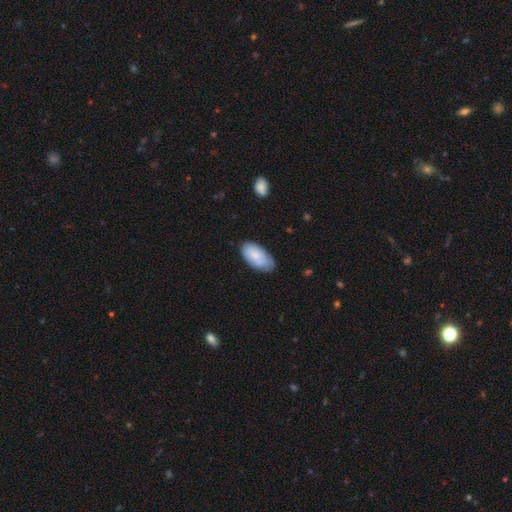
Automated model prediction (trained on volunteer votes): Smooth or featured: smooth — 79% (featured or disk — 15%)
How rounded: in between — 95% (cigar-shaped — 3%)
Merging: none — 65% (minor disturbance — 28%)